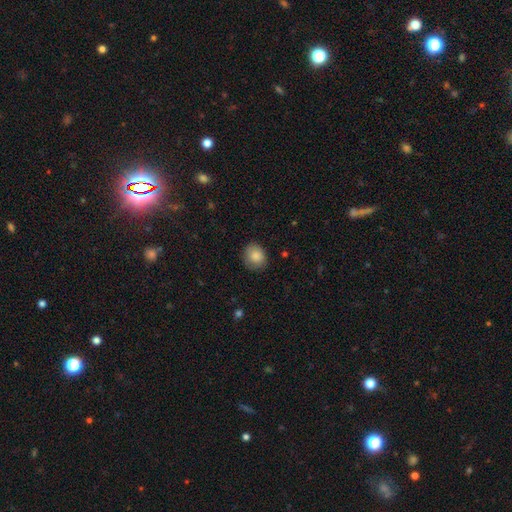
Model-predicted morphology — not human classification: The model was most divided on "how rounded": round: 65%, in between: 34%, cigar-shaped: 1%. More confident: smooth or featured — smooth (86%); merging — none (79%).